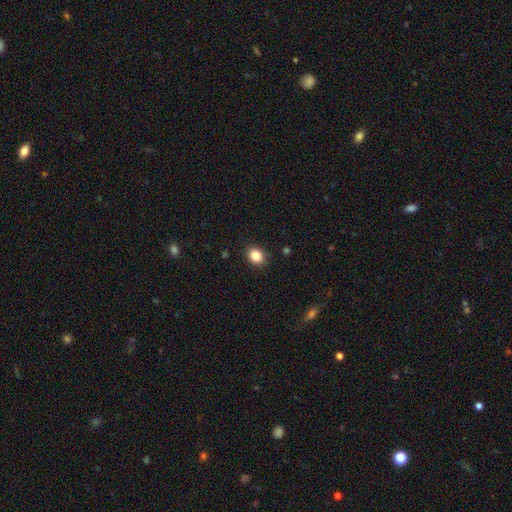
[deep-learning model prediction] Overall: smooth (85%). How rounded: round (54%; in between 45%). Merging: none (89%).